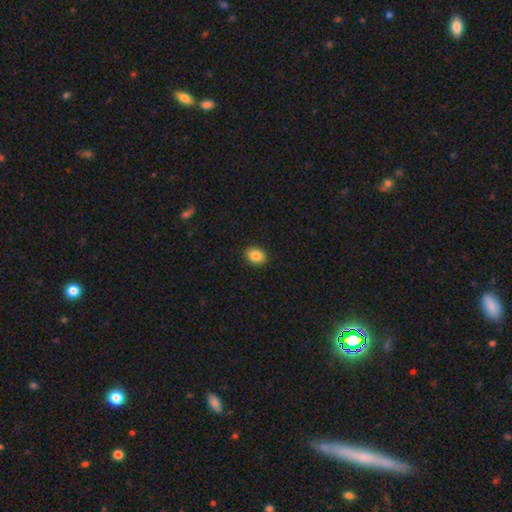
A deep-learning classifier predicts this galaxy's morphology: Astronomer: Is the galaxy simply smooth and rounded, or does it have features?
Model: smooth — 86%.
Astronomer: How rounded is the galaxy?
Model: in between — 60% (runner-up: round, 39%).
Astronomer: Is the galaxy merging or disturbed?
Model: none — 91%.